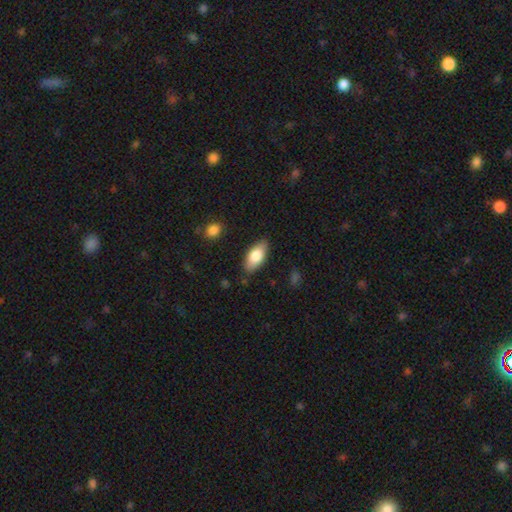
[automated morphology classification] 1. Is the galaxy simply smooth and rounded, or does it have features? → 79% smooth, 15% featured or disk, 6% star or artifact.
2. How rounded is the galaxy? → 89% in between, 9% cigar-shaped, 2% round.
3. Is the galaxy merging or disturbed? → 83% none, 13% minor disturbance, 3% major disturbance, 2% merger.